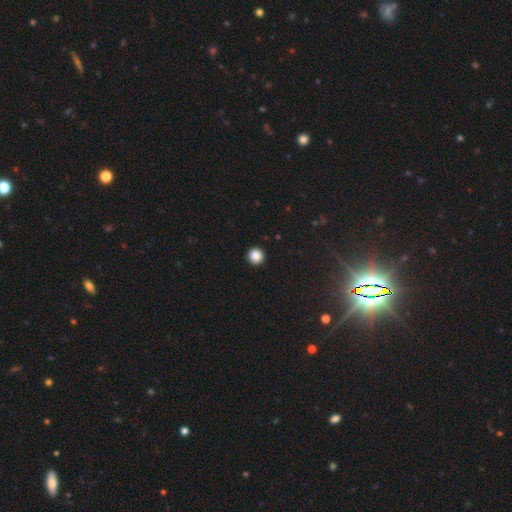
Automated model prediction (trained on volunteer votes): The model was most divided on "smooth or featured": smooth: 86%, star or artifact: 10%, featured or disk: 3%. More confident: how rounded — round (96%); merging — none (94%).